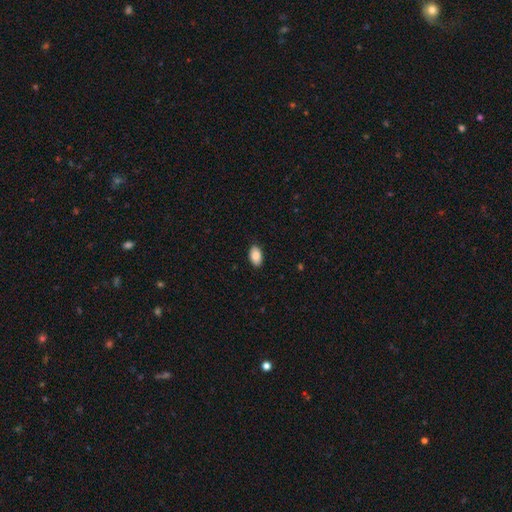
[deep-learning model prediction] A smooth galaxy with no disk features (88%) that is in between round and cigar-shaped (93%). Merging: none (88%).